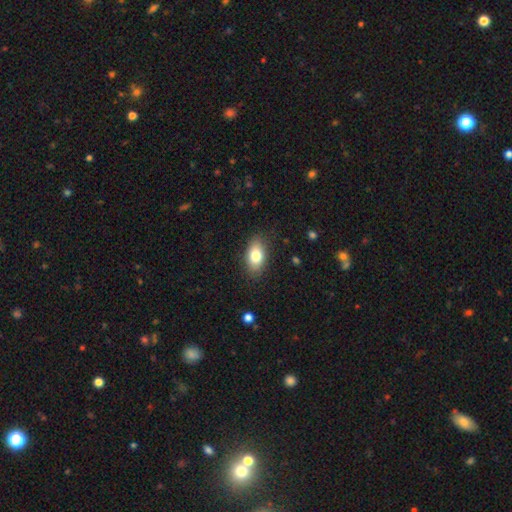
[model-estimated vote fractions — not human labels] The model was most divided on "smooth or featured": smooth: 80%, featured or disk: 13%, star or artifact: 7%. More confident: how rounded — in between (90%); merging — none (85%).